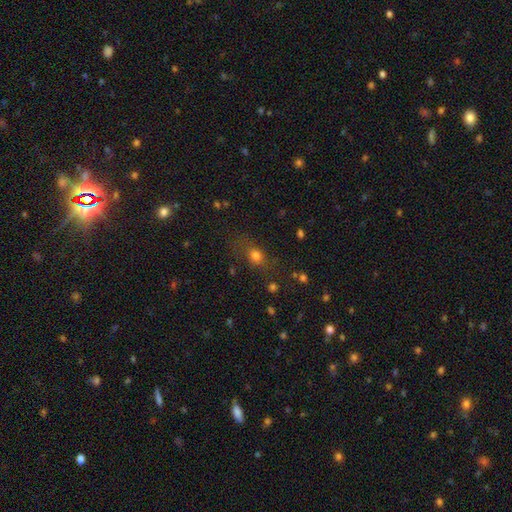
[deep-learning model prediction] Smooth or featured?
  - smooth: 75% *
  - star or artifact: 16%
  - featured or disk: 9%
How rounded?
  - round: 50% *
  - in between: 46%
  - cigar-shaped: 4%
Merging?
  - none: 65% *
  - minor disturbance: 19%
  - major disturbance: 12%
  - merger: 4%